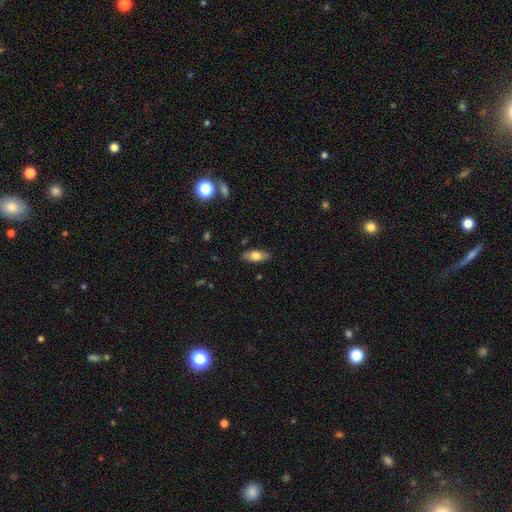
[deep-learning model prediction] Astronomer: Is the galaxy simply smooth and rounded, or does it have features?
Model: smooth — 70%.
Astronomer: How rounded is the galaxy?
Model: in between — 80%.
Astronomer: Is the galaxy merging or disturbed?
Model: none — 85%.